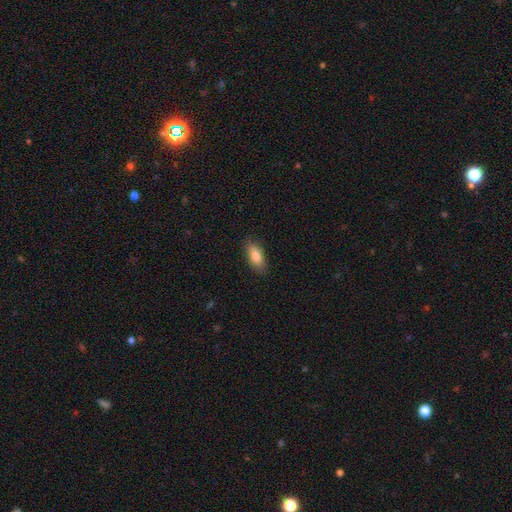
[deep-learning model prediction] This is clearly a smooth galaxy (83%). How rounded: clearly in between (83%). Merging: clearly none (85%).